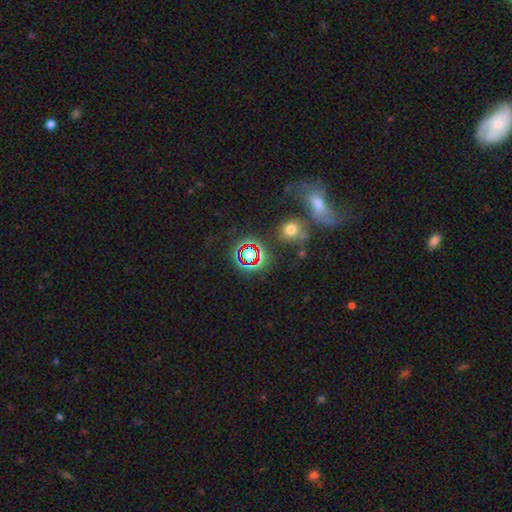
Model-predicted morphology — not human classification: Smooth or featured: star or artifact — 65% (smooth — 24%)